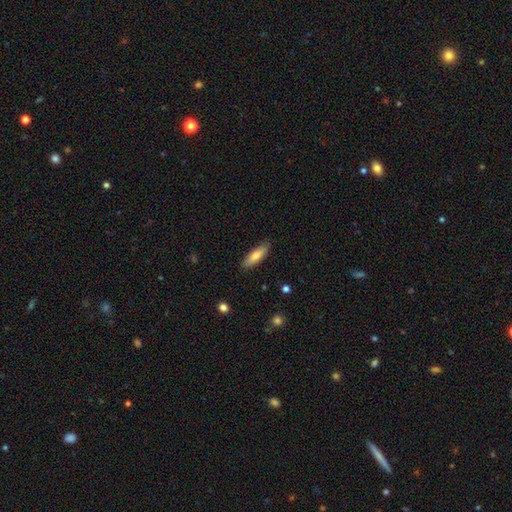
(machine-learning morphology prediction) A smooth galaxy with no disk features (74%) that is cigar-shaped (53%).

Vote fractions:
- Smooth or featured? smooth: 74% / featured or disk: 20% / star or artifact: 6%
- How rounded? cigar-shaped: 53% / in between: 45% / round: 2%
- Merging? none: 86% / minor disturbance: 11% / major disturbance: 2% / merger: 1%